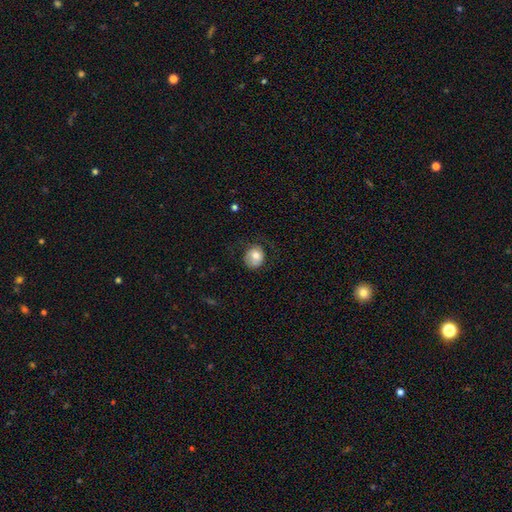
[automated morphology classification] Smooth or featured? smooth (71%)
How rounded? round (74%)
Merging? none (56%)